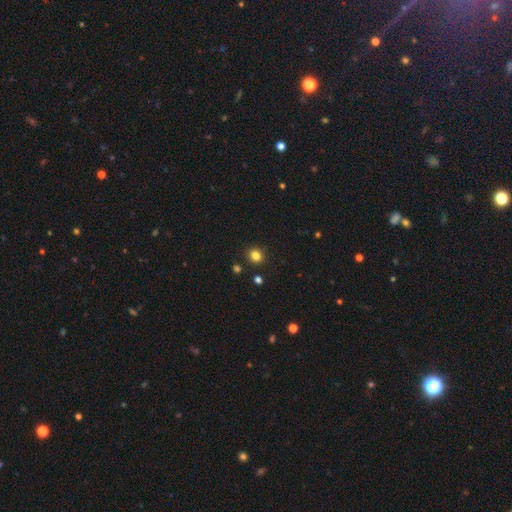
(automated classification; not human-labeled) smooth-or-featured: smooth: 82% | star or artifact: 13% | featured or disk: 5%
  how-rounded: round: 80% | in between: 19% | cigar-shaped: 1%
  merging: none: 89% | minor disturbance: 6% | merger: 2% | major disturbance: 2%